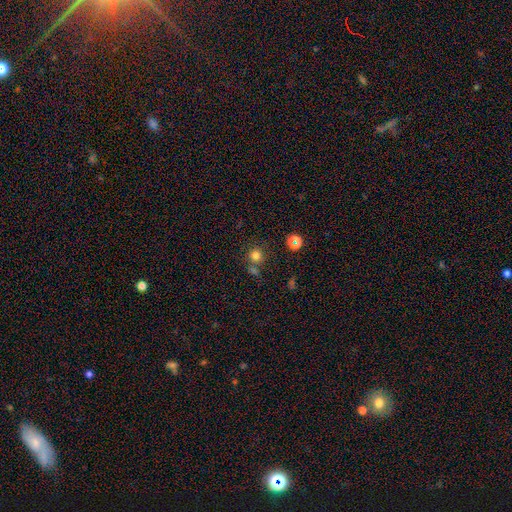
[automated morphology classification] Q: Smooth or featured?
A: smooth (76%); runner-up: star or artifact (17%)
Q: How rounded?
A: round (92%); runner-up: in between (7%)
Q: Merging?
A: none (70%); runner-up: merger (17%)